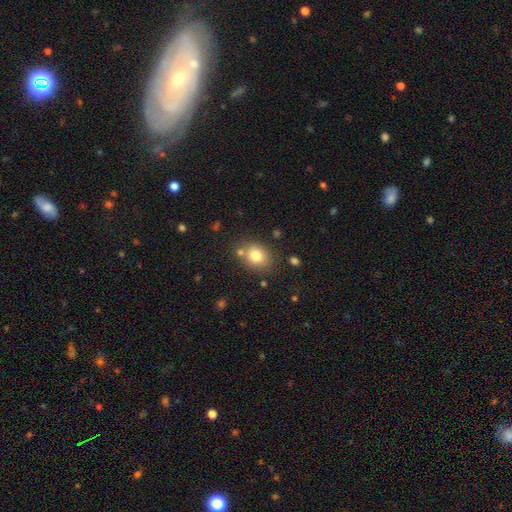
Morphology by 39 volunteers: Smooth or featured? smooth (79%)
How rounded? round (58%)
Merging? none (61%)